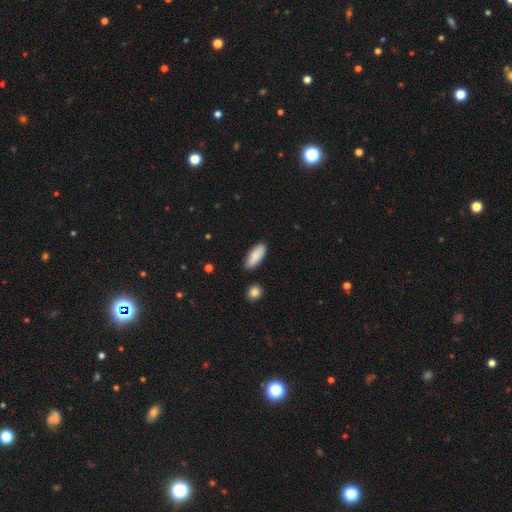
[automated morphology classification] smooth-or-featured: smooth: 87% | featured or disk: 7% | star or artifact: 6%
  how-rounded: in between: 80% | cigar-shaped: 18% | round: 2%
  merging: none: 84% | minor disturbance: 12% | merger: 2% | major disturbance: 2%